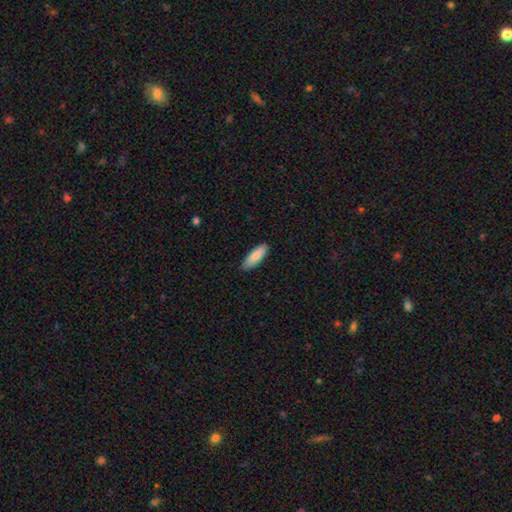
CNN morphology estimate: smooth_or_featured: smooth (p=0.81) [alt: featured or disk p=0.13]
how_rounded: in between (p=0.65) [alt: cigar-shaped p=0.33]
merging: none (p=0.87) [alt: minor disturbance p=0.10]